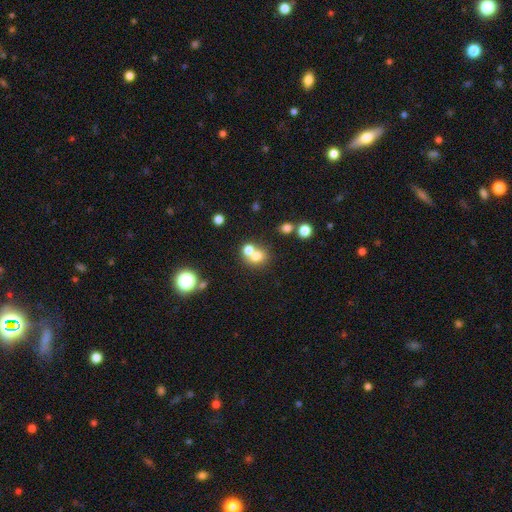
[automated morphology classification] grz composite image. It shows a smooth galaxy with no disk features (71%) that is round (74%). Merging: merger (50%).